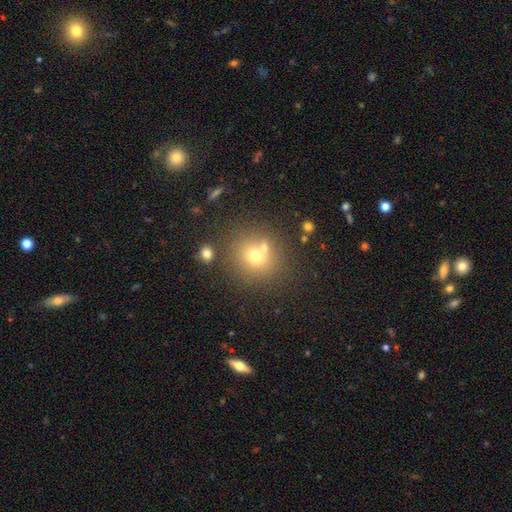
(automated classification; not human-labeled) smooth_or_featured: smooth (p=0.65) [alt: star or artifact p=0.19]
how_rounded: round (p=0.84) [alt: in between p=0.15]
merging: none (p=0.64) [alt: merger p=0.22]